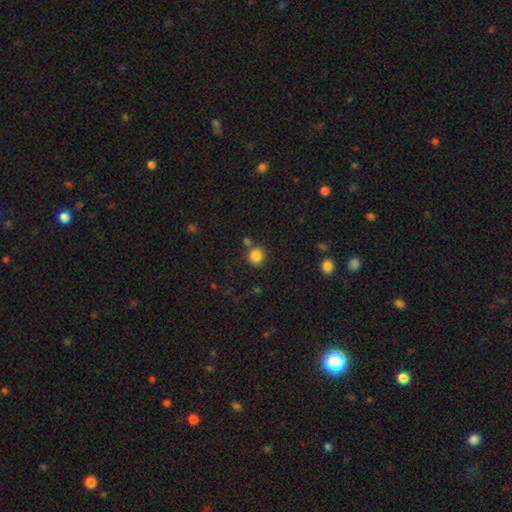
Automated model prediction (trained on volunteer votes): Smooth or featured?
  - smooth: 84% *
  - star or artifact: 11%
  - featured or disk: 4%
How rounded?
  - round: 90% *
  - in between: 9%
  - cigar-shaped: 1%
Merging?
  - none: 76% *
  - merger: 11%
  - minor disturbance: 9%
  - major disturbance: 3%